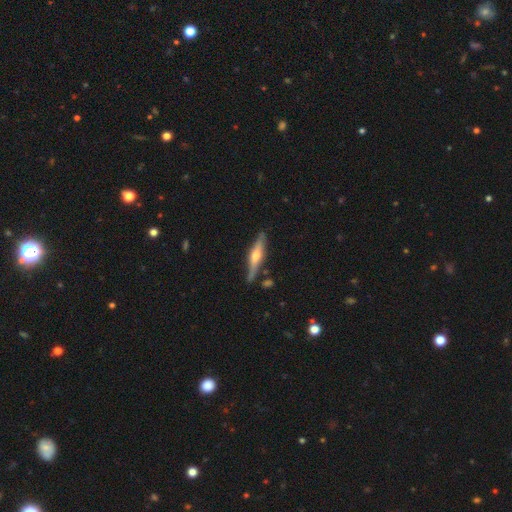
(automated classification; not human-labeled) smooth_or_featured: featured or disk (p=0.64) [alt: smooth p=0.30]
disk_edge_on: yes (p=0.95) [alt: no p=0.05]
edge_on_bulge: rounded (p=0.85) [alt: boxy p=0.10]
merging: none (p=0.80) [alt: minor disturbance p=0.13]